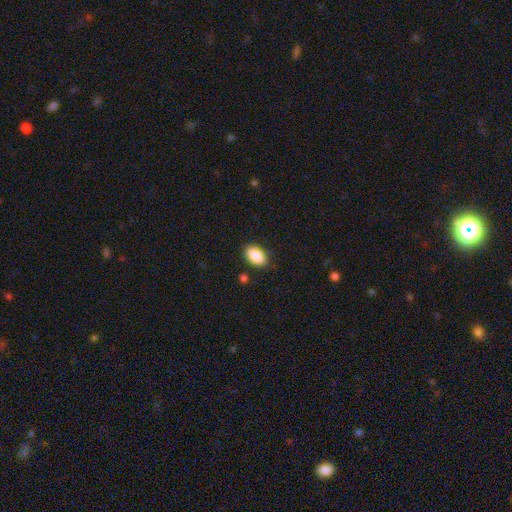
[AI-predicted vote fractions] Smooth or featured: smooth — 88% (star or artifact — 7%)
How rounded: in between — 91% (round — 7%)
Merging: none — 87% (minor disturbance — 9%)